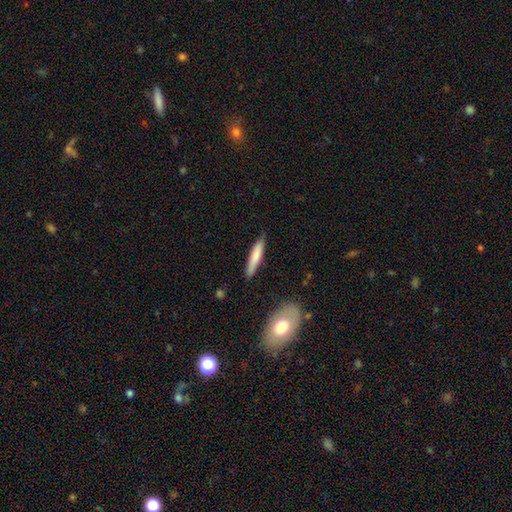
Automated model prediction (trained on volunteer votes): Smooth or featured? Predicted: smooth (p=0.74). How rounded? Predicted: cigar-shaped (p=0.86). Merging? Predicted: none (p=0.82).